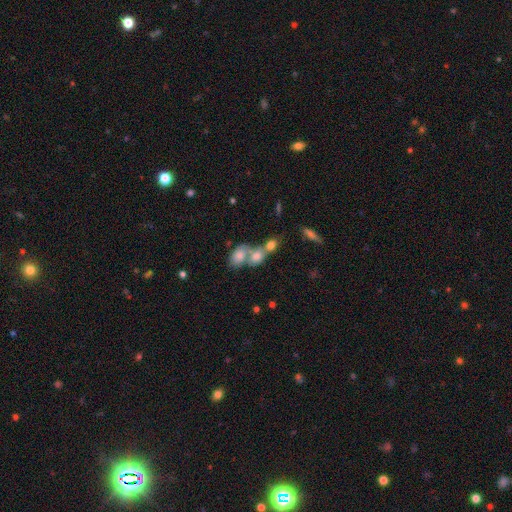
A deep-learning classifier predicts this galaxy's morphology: Smooth or featured?
  - smooth: 58% *
  - featured or disk: 24%
  - star or artifact: 18%
How rounded?
  - in between: 61% *
  - round: 34%
  - cigar-shaped: 5%
Merging?
  - merger: 59% *
  - none: 27%
  - minor disturbance: 8%
  - major disturbance: 5%